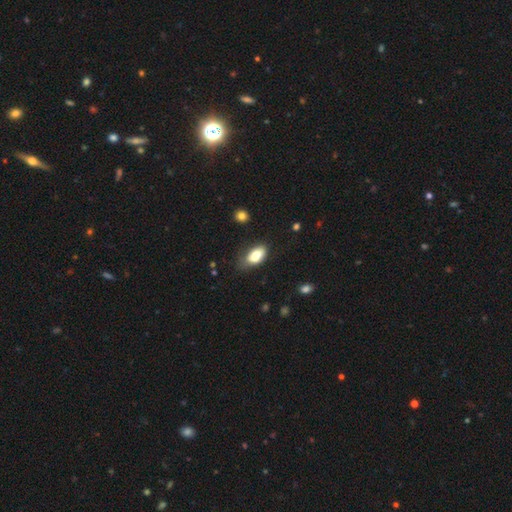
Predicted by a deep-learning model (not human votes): Smooth or featured? Predicted: smooth (p=0.81). How rounded? Predicted: in between (p=0.92). Merging? Predicted: none (p=0.54).